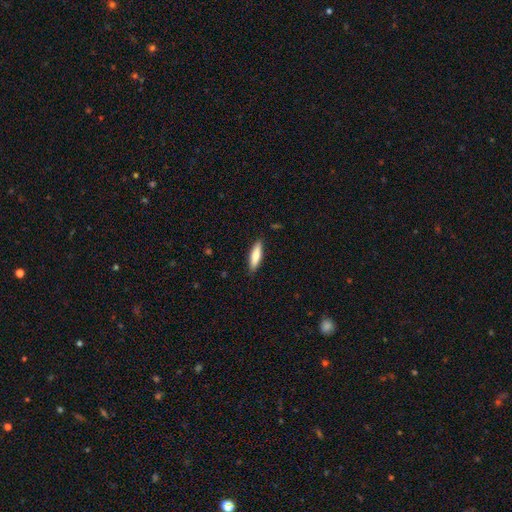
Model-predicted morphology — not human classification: This is likely a smooth galaxy (76%). How rounded: likely cigar-shaped (63%). Merging: clearly none (88%).